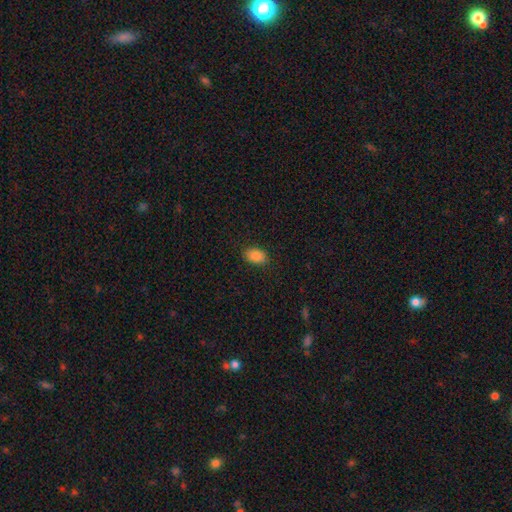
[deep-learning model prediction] This is clearly a smooth galaxy (85%). How rounded: clearly in between (88%). Merging: clearly none (87%).